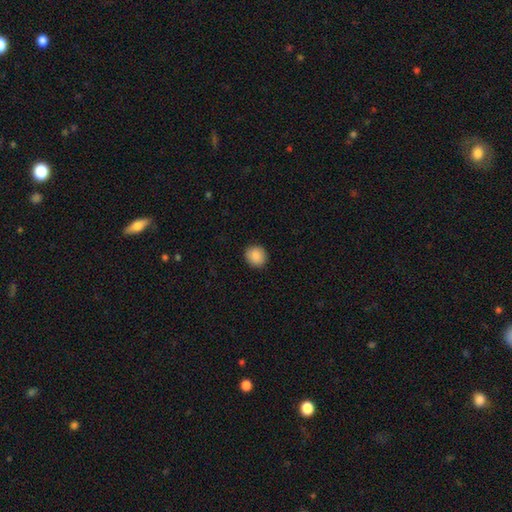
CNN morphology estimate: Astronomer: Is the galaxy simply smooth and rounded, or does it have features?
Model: smooth — 89%.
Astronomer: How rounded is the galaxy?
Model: round — 85%.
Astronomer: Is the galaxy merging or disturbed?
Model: none — 91%.